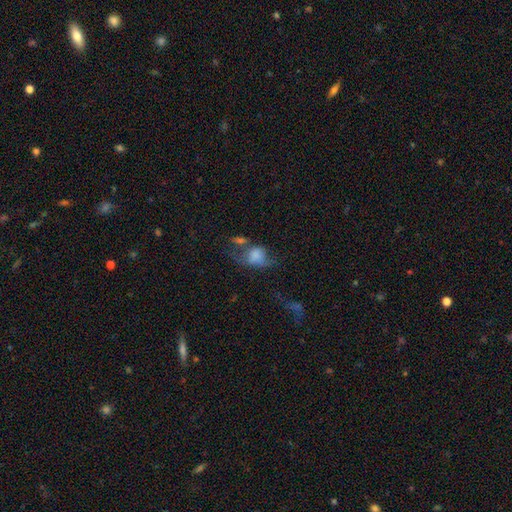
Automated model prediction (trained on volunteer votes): smooth_or_featured: smooth (p=0.63) [alt: featured or disk p=0.25]
how_rounded: in between (p=0.65) [alt: round p=0.33]
merging: major disturbance (p=0.34) [alt: merger p=0.25]